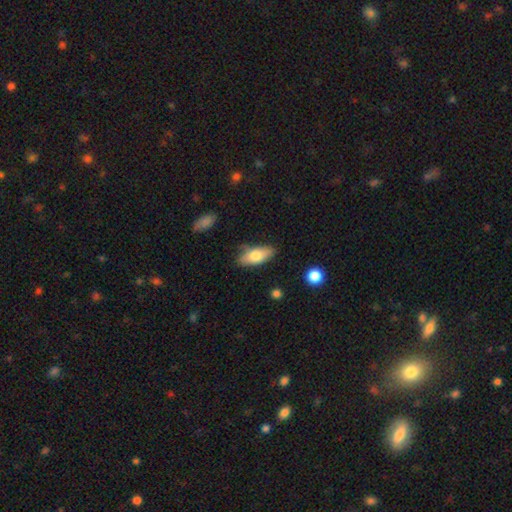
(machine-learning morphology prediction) This is likely a smooth galaxy (73%). How rounded: clearly in between (83%). Merging: likely none (70%).